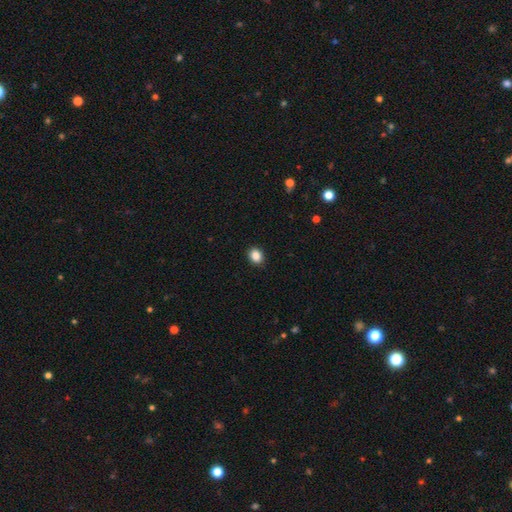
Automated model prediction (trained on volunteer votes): A smooth galaxy with no disk features (87%) that is round (56%).

Vote fractions:
- Smooth or featured? smooth: 87% / star or artifact: 9% / featured or disk: 4%
- How rounded? round: 56% / in between: 43% / cigar-shaped: 1%
- Merging? none: 90% / minor disturbance: 7% / major disturbance: 2% / merger: 1%